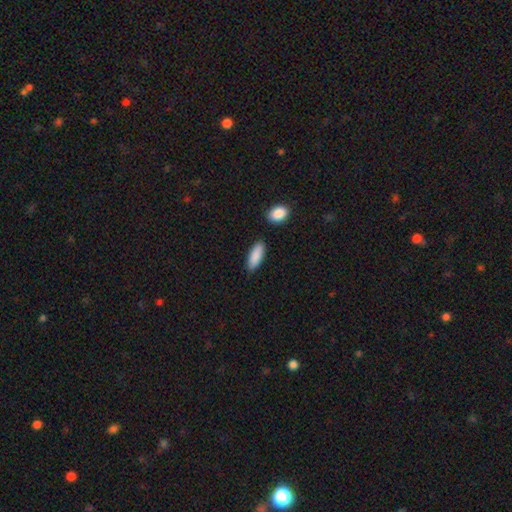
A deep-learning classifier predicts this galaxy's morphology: A smooth galaxy with no disk features (89%) that is in between round and cigar-shaped (63%). Merging: none (84%).